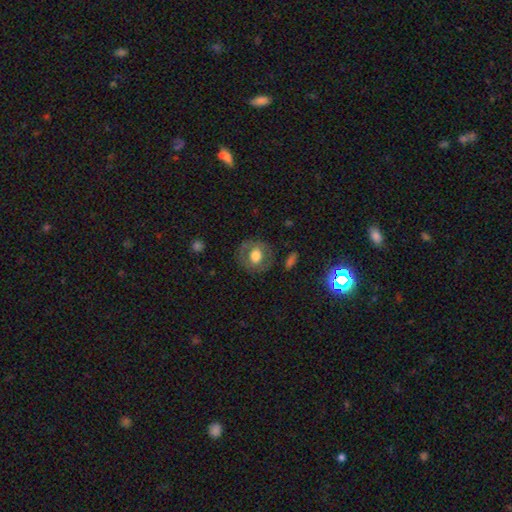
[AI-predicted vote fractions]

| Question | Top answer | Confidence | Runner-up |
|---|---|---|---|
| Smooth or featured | smooth | 56% | featured or disk (36%) |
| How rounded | round | 76% | in between (23%) |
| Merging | none | 79% | minor disturbance (13%) |